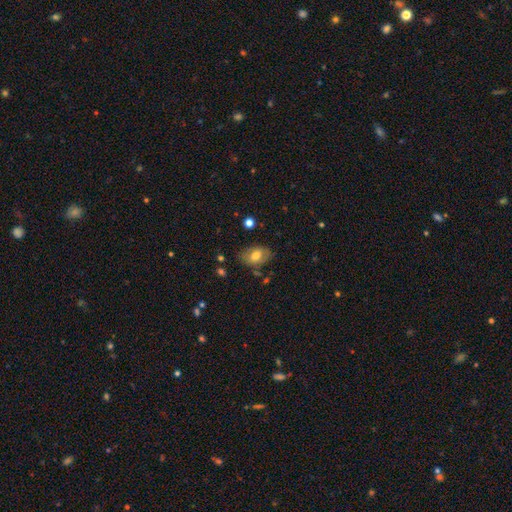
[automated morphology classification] Smooth or featured? smooth (66%)
How rounded? in between (87%)
Merging? none (73%)